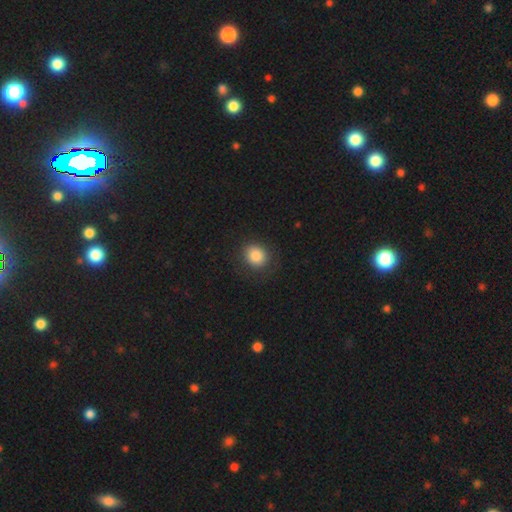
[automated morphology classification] The model was most divided on "how rounded": round: 79%, in between: 20%, cigar-shaped: 1%. More confident: smooth or featured — smooth (86%); merging — none (84%).